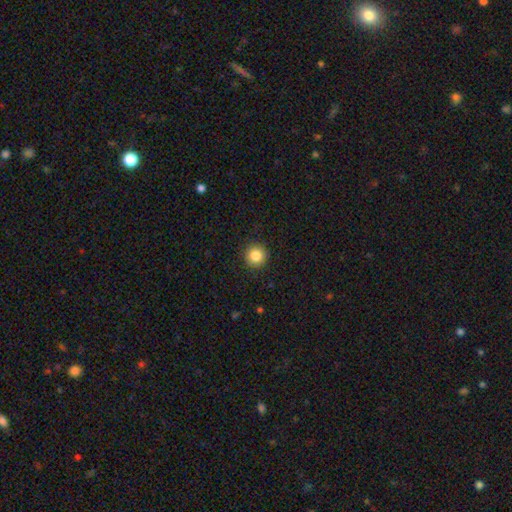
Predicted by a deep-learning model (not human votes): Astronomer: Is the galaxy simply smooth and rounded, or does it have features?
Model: smooth — 85%.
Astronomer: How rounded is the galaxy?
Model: round — 95%.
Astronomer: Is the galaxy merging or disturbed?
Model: none — 92%.